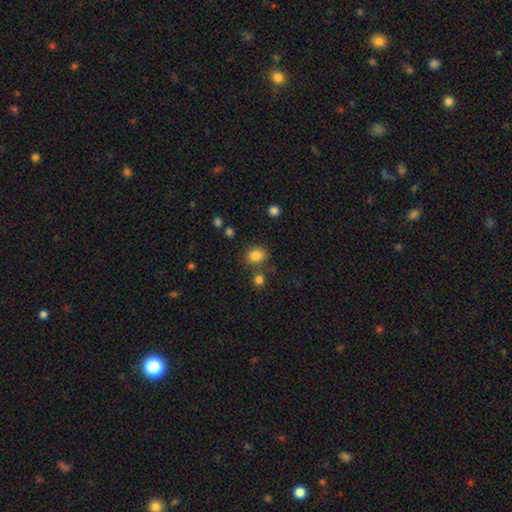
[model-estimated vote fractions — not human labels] This is clearly a smooth galaxy (83%). How rounded: possibly round (55%). Merging: likely none (73%).